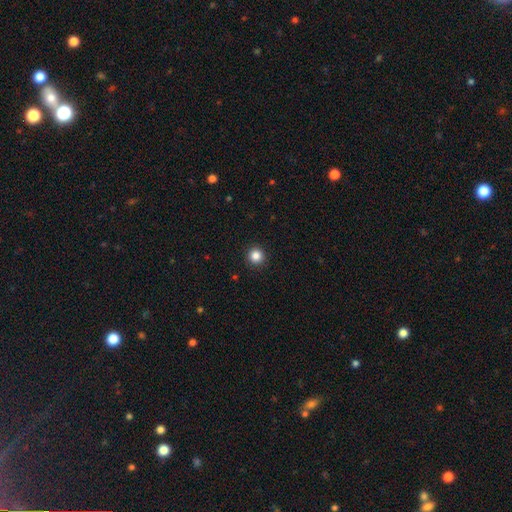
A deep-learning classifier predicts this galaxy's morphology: smooth-or-featured: smooth: 85% | star or artifact: 11% | featured or disk: 4%
  how-rounded: round: 95% | in between: 4% | cigar-shaped: 1%
  merging: none: 93% | minor disturbance: 5% | major disturbance: 2% | merger: 1%